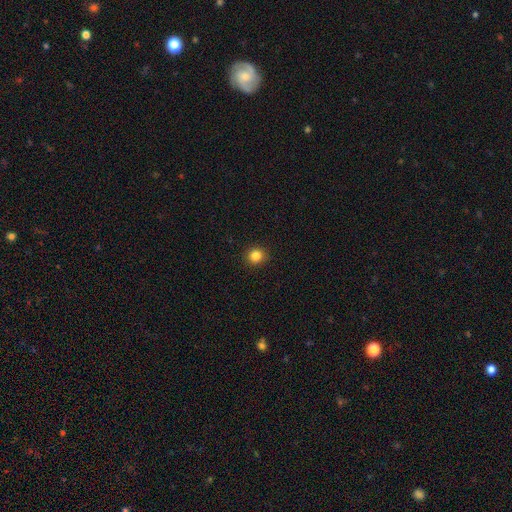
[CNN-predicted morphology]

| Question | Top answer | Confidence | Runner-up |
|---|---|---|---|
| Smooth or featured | smooth | 85% | star or artifact (11%) |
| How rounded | round | 90% | in between (9%) |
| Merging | none | 92% | minor disturbance (6%) |